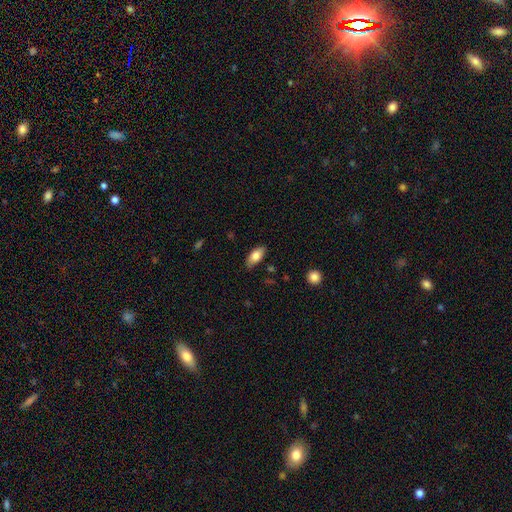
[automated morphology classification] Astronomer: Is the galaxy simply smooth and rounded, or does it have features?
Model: smooth — 80%.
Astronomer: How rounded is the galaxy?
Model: in between — 89%.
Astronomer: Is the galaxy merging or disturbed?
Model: none — 81%.